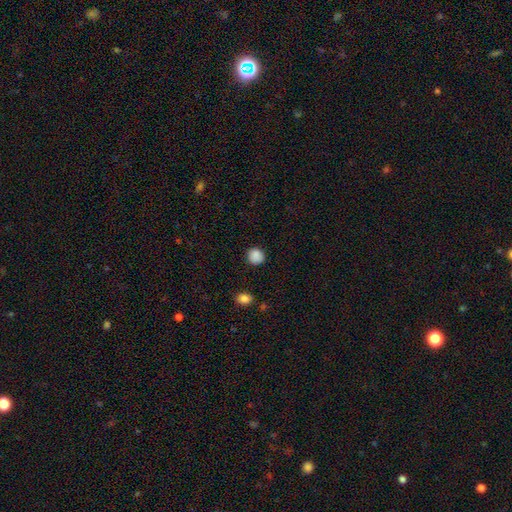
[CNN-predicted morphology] smooth-or-featured: smooth: 87% | star or artifact: 9% | featured or disk: 3%
  how-rounded: round: 90% | in between: 10% | cigar-shaped: 1%
  merging: none: 88% | minor disturbance: 9% | major disturbance: 2% | merger: 1%